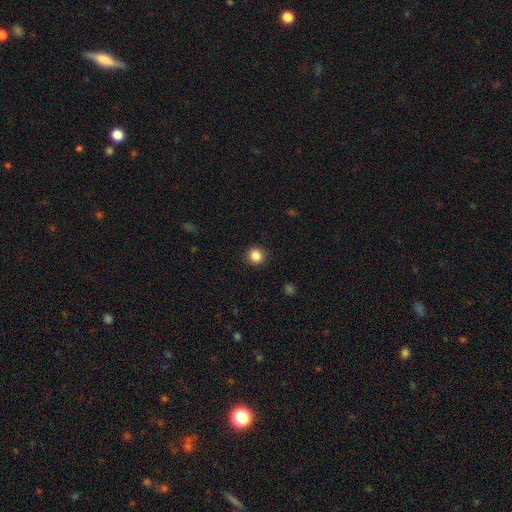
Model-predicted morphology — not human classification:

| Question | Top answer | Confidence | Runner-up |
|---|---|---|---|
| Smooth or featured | smooth | 86% | star or artifact (11%) |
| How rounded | round | 91% | in between (8%) |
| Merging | none | 91% | minor disturbance (6%) |